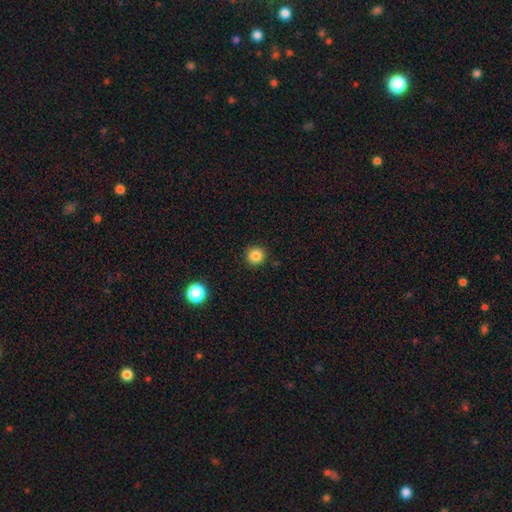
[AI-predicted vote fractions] Smooth or featured? smooth (85%)
How rounded? round (95%)
Merging? none (92%)